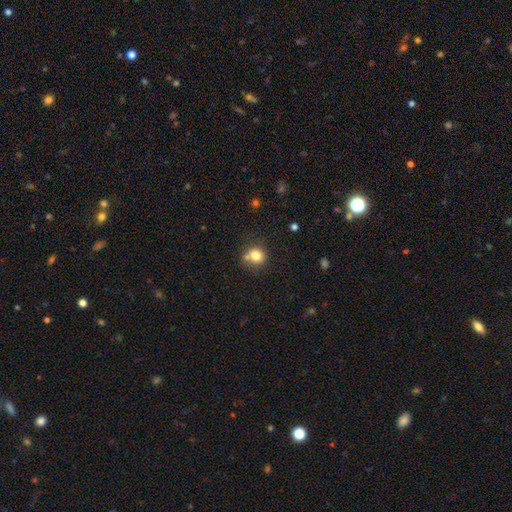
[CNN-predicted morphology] Smooth or featured? Predicted: smooth (p=0.79). How rounded? Predicted: round (p=0.83). Merging? Predicted: none (p=0.61).